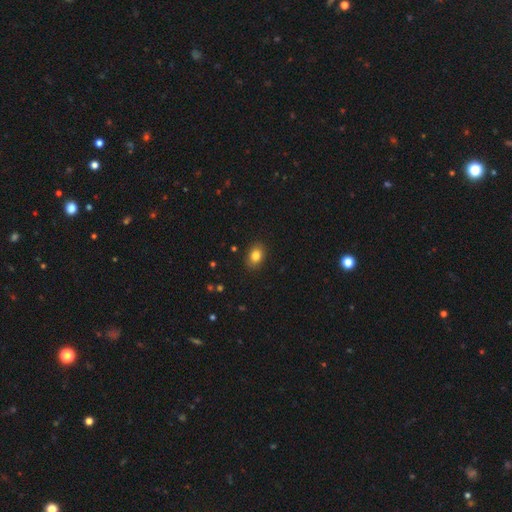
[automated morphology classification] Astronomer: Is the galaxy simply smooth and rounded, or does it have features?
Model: smooth — 83%.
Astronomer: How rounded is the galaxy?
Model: in between — 73%.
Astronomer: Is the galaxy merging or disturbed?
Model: none — 88%.